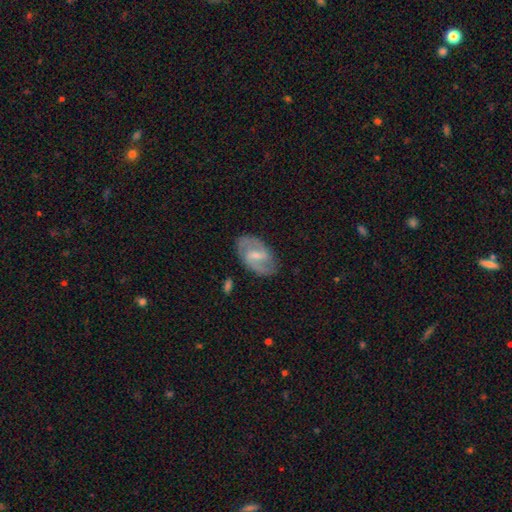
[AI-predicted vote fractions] Smooth or featured? featured or disk (80%)
Edge-on disk? no (96%)
Bar? weak (53%)
Spiral arms? yes (91%)
Spiral winding? medium (53%)
Spiral arm count? 2 (89%)
Bulge size? small (50%)
Merging? none (81%)